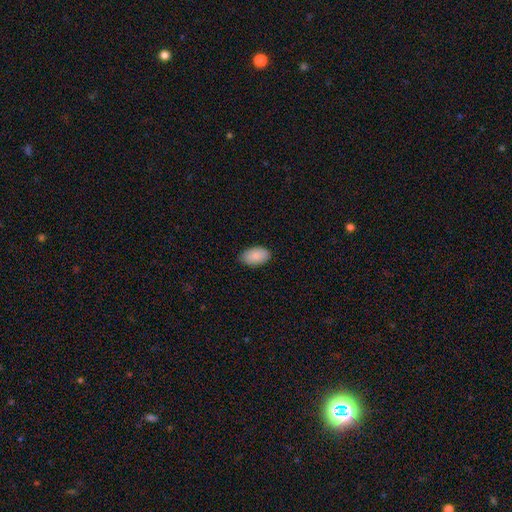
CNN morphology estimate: A smooth galaxy with no disk features (90%) that is in between round and cigar-shaped (95%). Merging: none (85%).